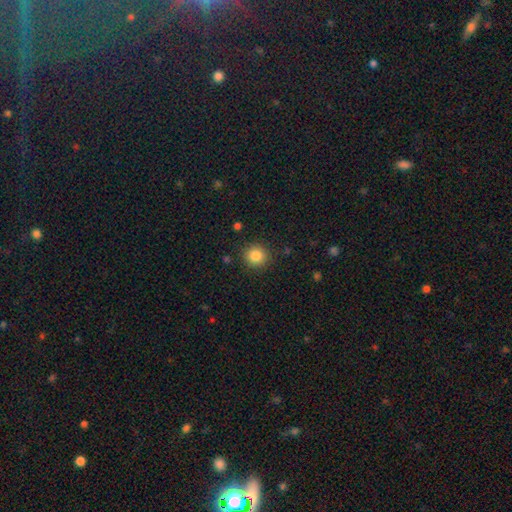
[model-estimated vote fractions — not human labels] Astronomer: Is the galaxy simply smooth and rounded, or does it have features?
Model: smooth — 85%.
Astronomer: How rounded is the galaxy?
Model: round — 90%.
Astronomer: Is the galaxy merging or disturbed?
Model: none — 89%.